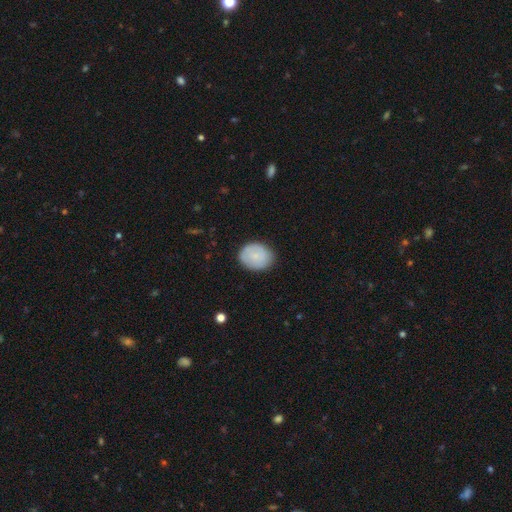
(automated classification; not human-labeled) smooth 77%, featured or disk 16%, star or artifact 7%. Down the decision tree: how rounded — round (57%); merging — none (82%).